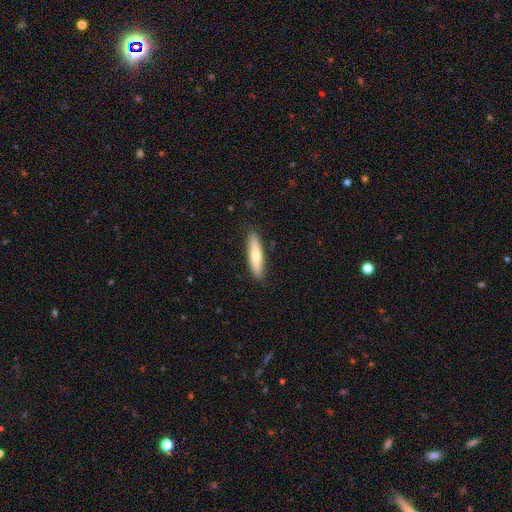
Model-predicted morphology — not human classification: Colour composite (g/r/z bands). It shows a smooth galaxy with no disk features (66%) that is cigar-shaped (76%). Merging: none (88%).